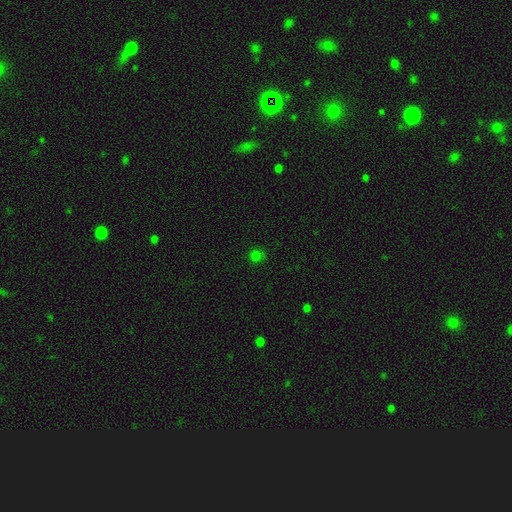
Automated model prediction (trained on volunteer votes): Smooth or featured?
  - smooth: 71% *
  - star or artifact: 25%
  - featured or disk: 4%
How rounded?
  - round: 91% *
  - in between: 8%
  - cigar-shaped: 1%
Merging?
  - none: 86% *
  - minor disturbance: 9%
  - major disturbance: 3%
  - merger: 2%